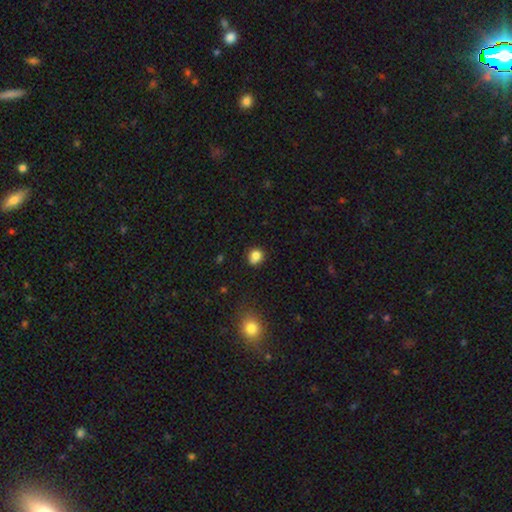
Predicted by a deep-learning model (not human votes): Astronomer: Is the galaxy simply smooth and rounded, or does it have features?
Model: smooth — 82%.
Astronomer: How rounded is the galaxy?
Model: round — 76%.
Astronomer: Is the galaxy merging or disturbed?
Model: none — 70%.